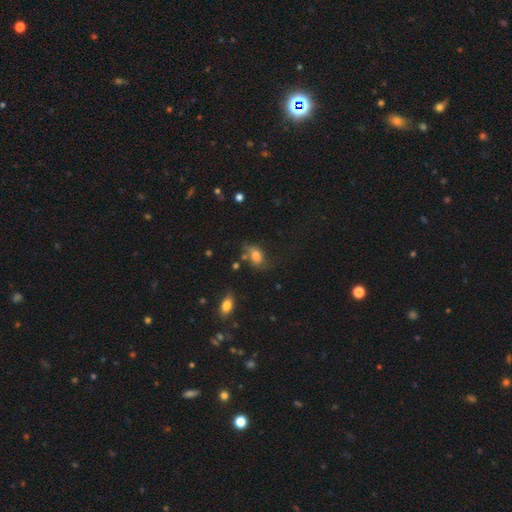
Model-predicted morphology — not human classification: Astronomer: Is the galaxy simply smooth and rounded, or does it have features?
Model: smooth — 75%.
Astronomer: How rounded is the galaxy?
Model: in between — 81%.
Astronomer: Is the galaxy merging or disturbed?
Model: none — 52% (runner-up: minor disturbance, 28%).